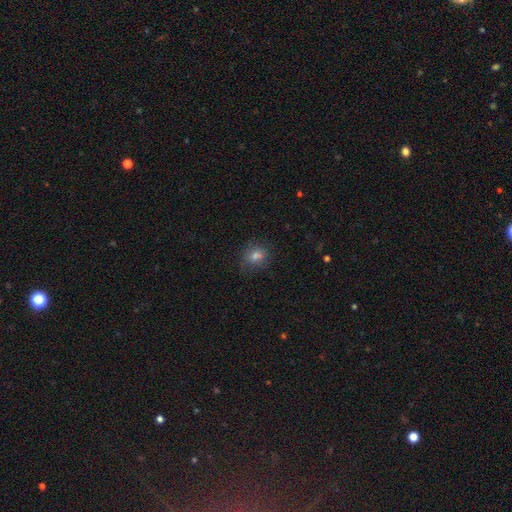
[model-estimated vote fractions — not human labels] This appears to be a smooth galaxy with no disk features (73%) that is round (59%). Merging: none (77%).